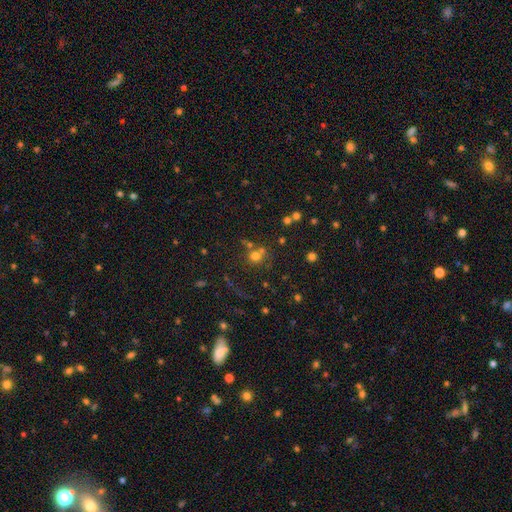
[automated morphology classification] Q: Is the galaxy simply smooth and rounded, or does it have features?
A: smooth — 64%.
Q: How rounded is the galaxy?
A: round — 87%.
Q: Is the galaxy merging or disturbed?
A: none — 58%.